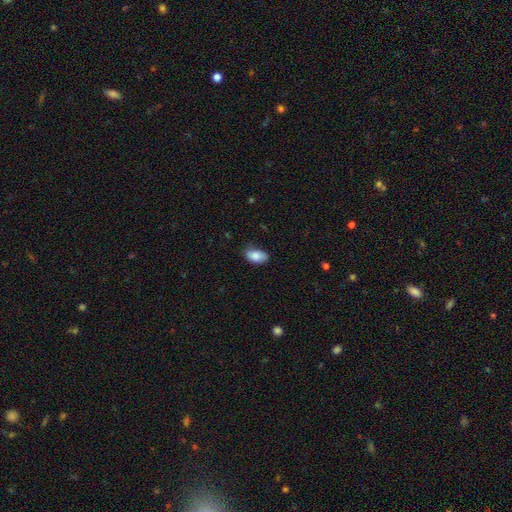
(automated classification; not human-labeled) smooth 87%, star or artifact 7%, featured or disk 6%. Down the decision tree: how rounded — in between (93%); merging — none (74%).